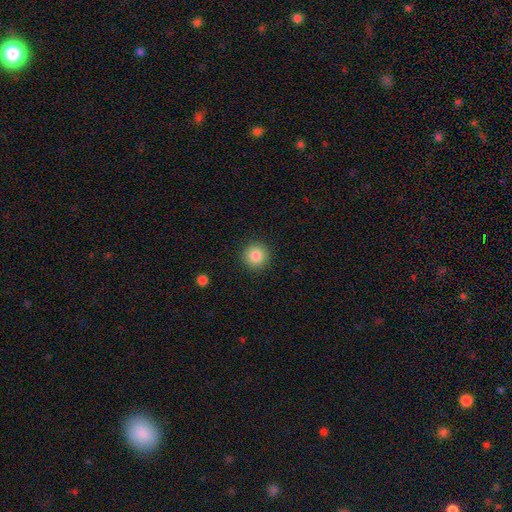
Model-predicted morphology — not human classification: smooth_or_featured: smooth (p=0.85) [alt: star or artifact p=0.09]
how_rounded: round (p=0.95) [alt: in between p=0.04]
merging: none (p=0.91) [alt: minor disturbance p=0.06]